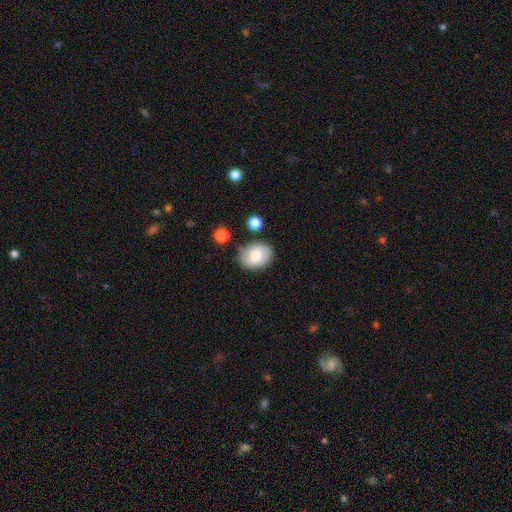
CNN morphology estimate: This appears to be a smooth galaxy with no disk features (65%) that is in between round and cigar-shaped (60%). Merging: none (73%).